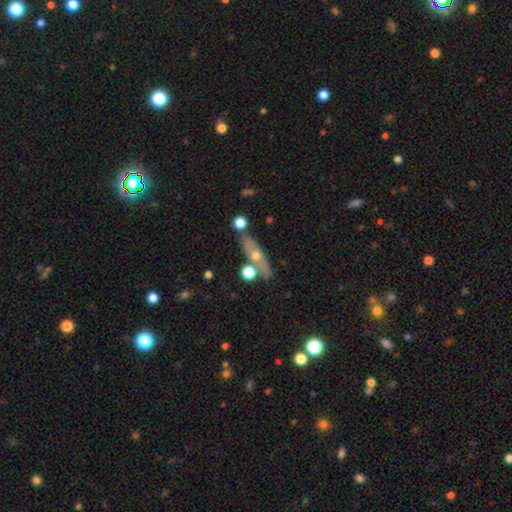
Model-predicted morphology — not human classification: Smooth or featured?
  - featured or disk: 50% *
  - smooth: 42%
  - star or artifact: 8%
Edge-on disk?
  - yes: 63% *
  - no: 37%
Merging?
  - none: 70% *
  - minor disturbance: 13%
  - merger: 12%
  - major disturbance: 4%